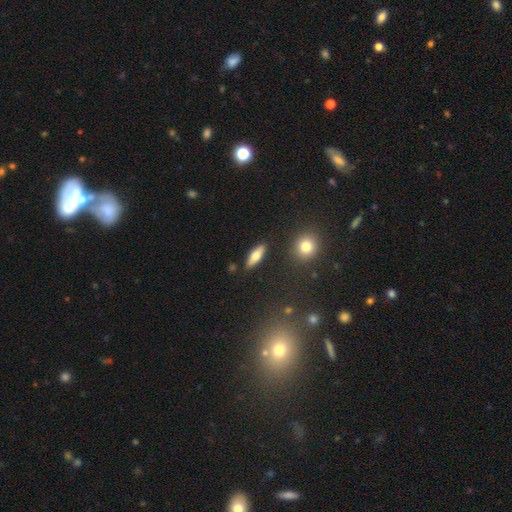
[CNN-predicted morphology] A smooth galaxy with no disk features (66%) that is in between round and cigar-shaped (53%).

Vote fractions:
- Smooth or featured? smooth: 66% / featured or disk: 27% / star or artifact: 7%
- How rounded? in between: 53% / cigar-shaped: 44% / round: 3%
- Merging? none: 86% / minor disturbance: 9% / merger: 3% / major disturbance: 2%